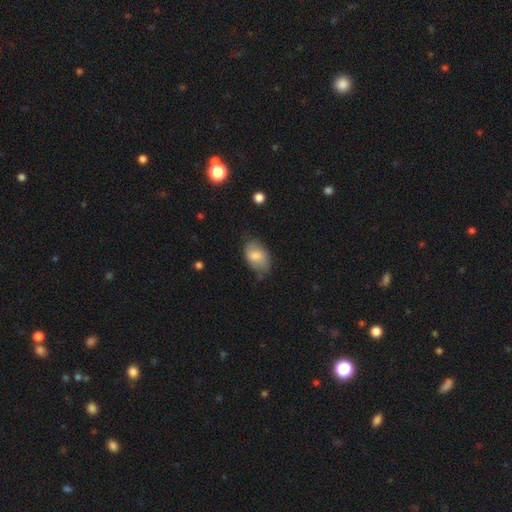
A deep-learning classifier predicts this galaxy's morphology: A smooth galaxy with no disk features (77%) that is in between round and cigar-shaped (88%). Merging: none (58%).